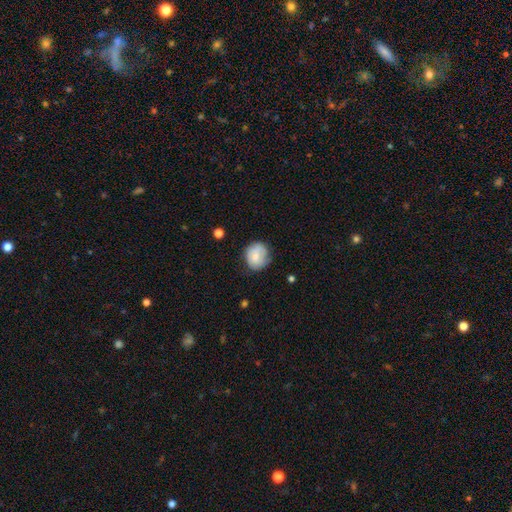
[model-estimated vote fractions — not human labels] This is likely a smooth galaxy (75%). How rounded: likely round (76%). Merging: likely none (67%).